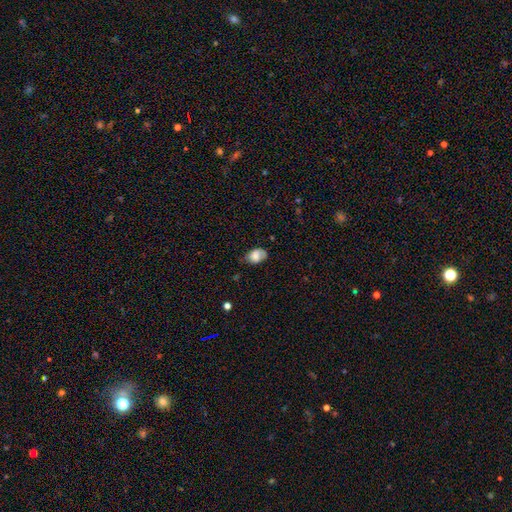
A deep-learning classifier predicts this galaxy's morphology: smooth_or_featured: smooth (p=0.75) [alt: featured or disk p=0.17]
how_rounded: in between (p=0.82) [alt: round p=0.17]
merging: none (p=0.55) [alt: minor disturbance p=0.34]